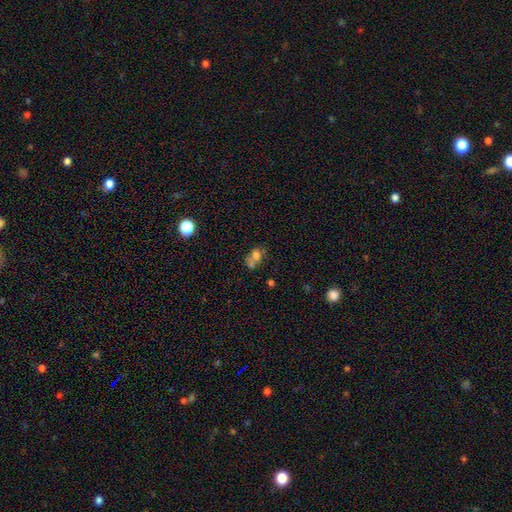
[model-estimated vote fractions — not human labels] This is likely a smooth galaxy (64%). How rounded: possibly round (53%). Merging: marginally merger (45%).